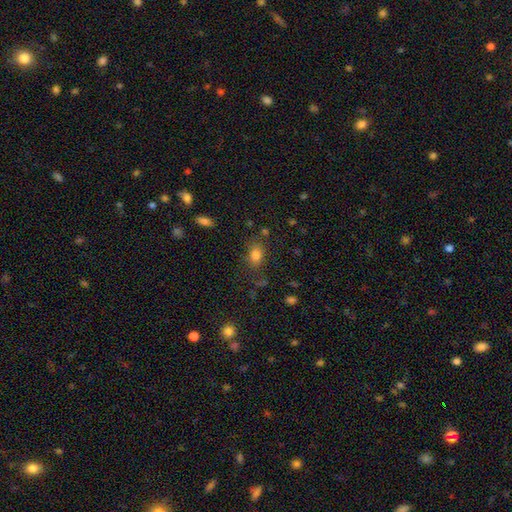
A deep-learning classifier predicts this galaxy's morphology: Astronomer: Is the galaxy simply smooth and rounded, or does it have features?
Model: smooth — 80%.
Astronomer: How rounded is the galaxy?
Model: in between — 70%.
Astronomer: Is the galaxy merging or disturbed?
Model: none — 73%.